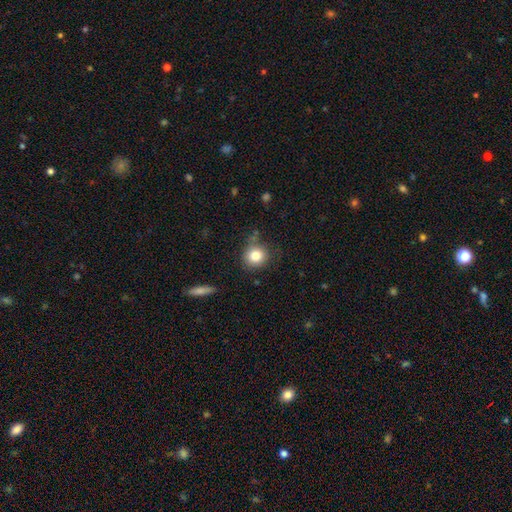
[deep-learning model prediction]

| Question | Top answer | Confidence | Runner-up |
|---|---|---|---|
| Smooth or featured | smooth | 82% | star or artifact (11%) |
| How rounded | round | 87% | in between (12%) |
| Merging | none | 75% | minor disturbance (17%) |